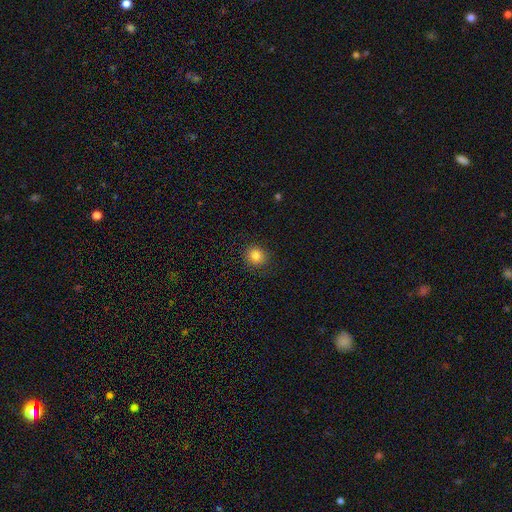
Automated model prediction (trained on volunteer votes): Smooth or featured?
  - smooth: 85% *
  - star or artifact: 11%
  - featured or disk: 4%
How rounded?
  - round: 87% *
  - in between: 12%
  - cigar-shaped: 1%
Merging?
  - none: 87% *
  - minor disturbance: 9%
  - major disturbance: 3%
  - merger: 1%